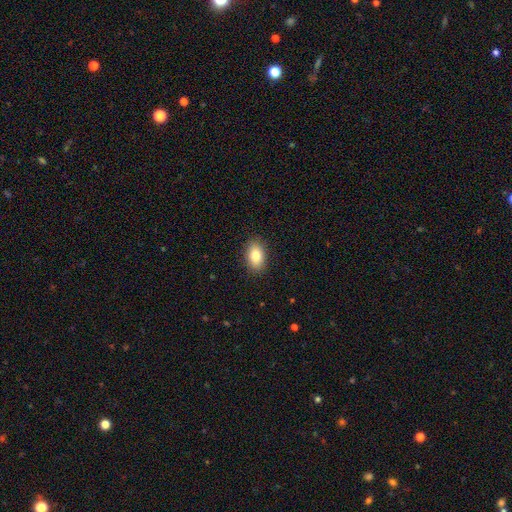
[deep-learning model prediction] This is clearly a smooth galaxy (83%). How rounded: clearly in between (88%). Merging: clearly none (89%).